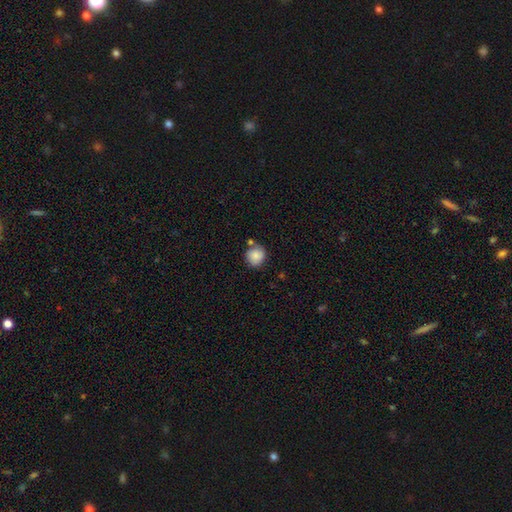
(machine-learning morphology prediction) smooth_or_featured: smooth (p=0.83) [alt: featured or disk p=0.09]
how_rounded: round (p=0.87) [alt: in between p=0.12]
merging: none (p=0.66) [alt: minor disturbance p=0.17]